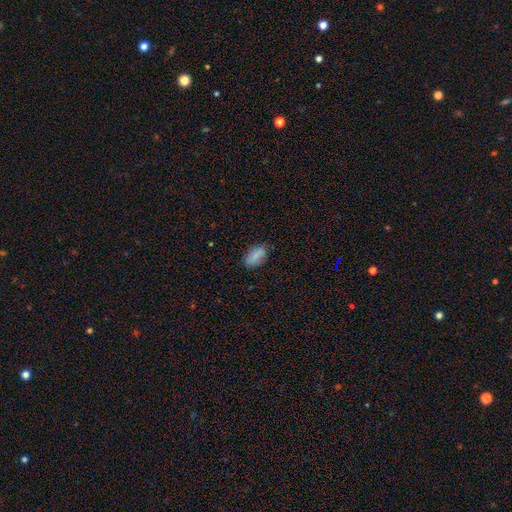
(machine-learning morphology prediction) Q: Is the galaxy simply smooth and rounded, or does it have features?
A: smooth — 83%.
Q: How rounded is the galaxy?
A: in between — 90%.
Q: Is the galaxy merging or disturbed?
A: none — 83%.